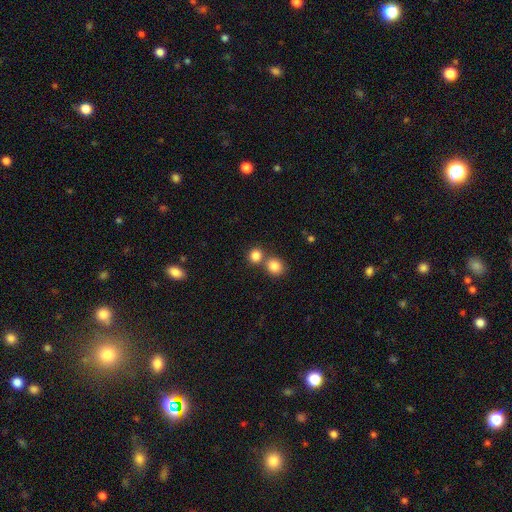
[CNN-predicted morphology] smooth-or-featured: smooth: 83% | star or artifact: 11% | featured or disk: 6%
  how-rounded: round: 83% | in between: 16% | cigar-shaped: 1%
  merging: none: 55% | merger: 36% | minor disturbance: 6% | major disturbance: 3%